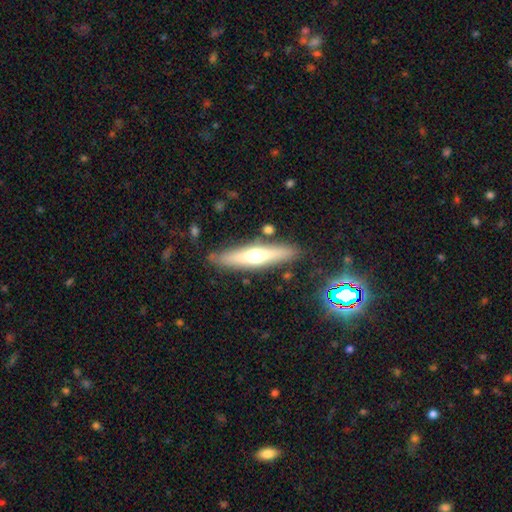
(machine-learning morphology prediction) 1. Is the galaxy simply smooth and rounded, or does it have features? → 52% featured or disk, 42% smooth, 6% star or artifact.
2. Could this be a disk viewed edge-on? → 90% yes, 10% no.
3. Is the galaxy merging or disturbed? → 84% none, 10% minor disturbance, 3% merger, 3% major disturbance.